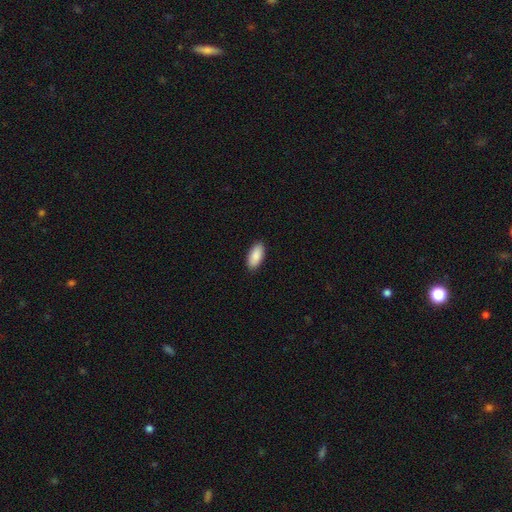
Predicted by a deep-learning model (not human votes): smooth 90%, star or artifact 6%, featured or disk 4%. Down the decision tree: how rounded — in between (92%); merging — none (90%).